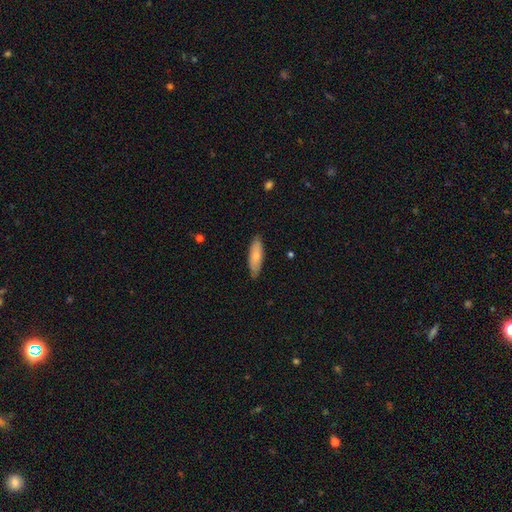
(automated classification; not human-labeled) Smooth or featured? Predicted: smooth (p=0.75). How rounded? Predicted: in between (p=0.54). Merging? Predicted: none (p=0.84).